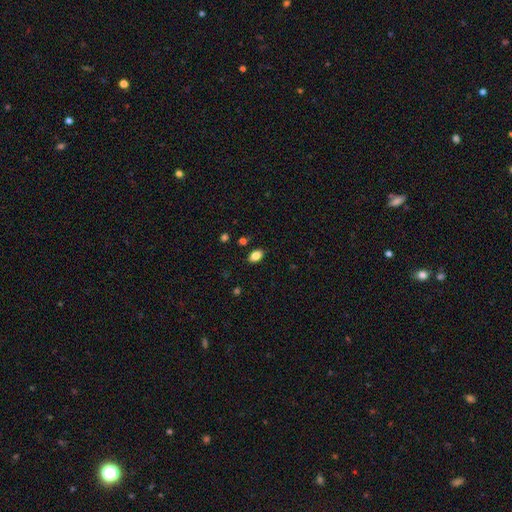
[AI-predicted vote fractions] This is clearly a smooth galaxy (84%). How rounded: clearly in between (88%). Merging: clearly none (87%).